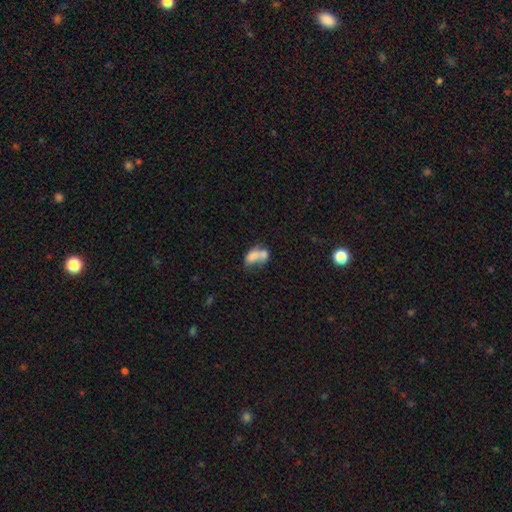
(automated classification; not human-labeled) This is likely a smooth galaxy (66%). How rounded: clearly in between (82%). Merging: likely merger (62%).